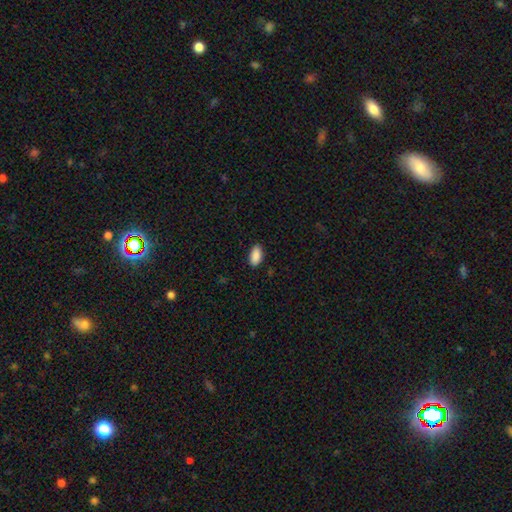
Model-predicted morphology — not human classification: smooth-or-featured: smooth: 90% | star or artifact: 7% | featured or disk: 3%
  how-rounded: in between: 93% | cigar-shaped: 4% | round: 3%
  merging: none: 88% | minor disturbance: 9% | major disturbance: 2% | merger: 1%